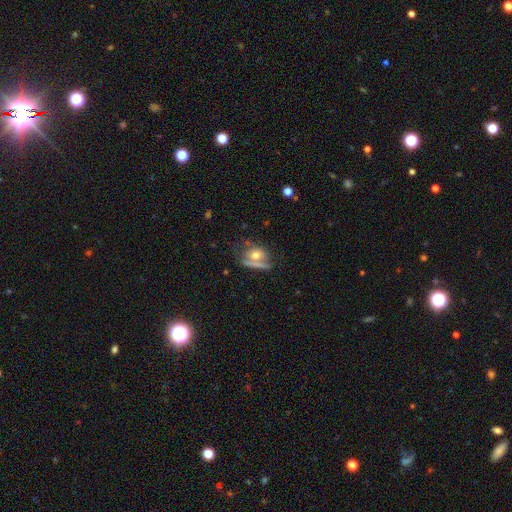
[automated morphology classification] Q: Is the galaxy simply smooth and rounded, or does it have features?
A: smooth — 59%.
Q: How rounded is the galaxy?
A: in between — 52%.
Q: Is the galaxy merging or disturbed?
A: none — 40%.